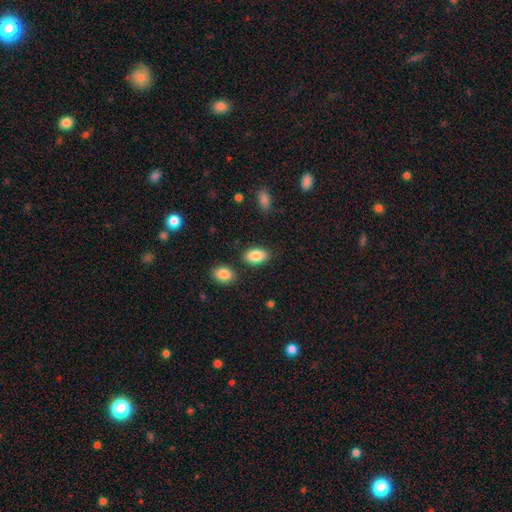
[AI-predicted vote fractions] Smooth or featured? Predicted: smooth (p=0.88). How rounded? Predicted: in between (p=0.93). Merging? Predicted: none (p=0.83).